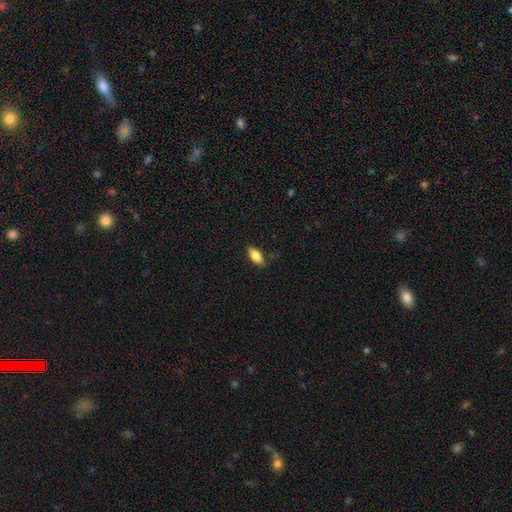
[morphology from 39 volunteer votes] Q: Smooth or featured?
A: smooth (79%); runner-up: featured or disk (15%)
Q: How rounded?
A: in between (77%); runner-up: cigar-shaped (16%)
Q: Merging?
A: none (81%); runner-up: minor disturbance (11%)